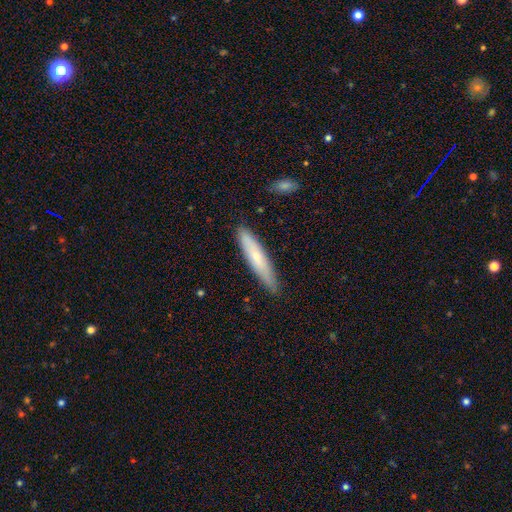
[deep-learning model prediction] smooth 59%, featured or disk 34%, star or artifact 6%. Down the decision tree: how rounded — cigar-shaped (87%); merging — none (86%).